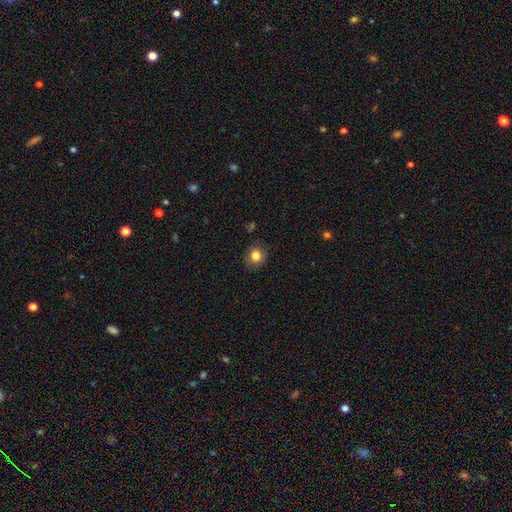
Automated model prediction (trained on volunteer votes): Smooth or featured? Predicted: smooth (p=0.82). How rounded? Predicted: round (p=0.73). Merging? Predicted: none (p=0.81).